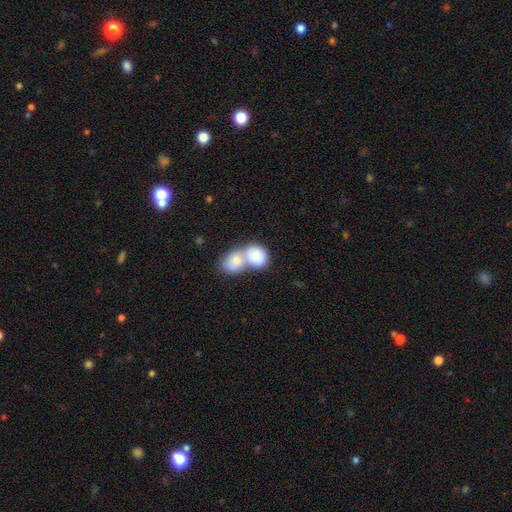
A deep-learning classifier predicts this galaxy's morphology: smooth 81%, featured or disk 13%, star or artifact 6%. Down the decision tree: how rounded — round (59%); merging — merger (73%).